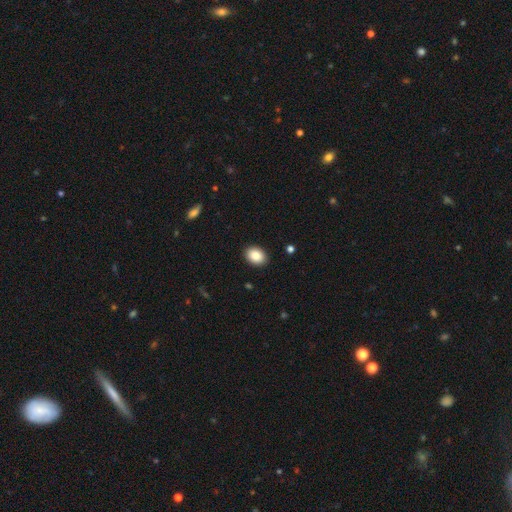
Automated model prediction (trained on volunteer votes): Overall: smooth (88%). How rounded: in between (70%). Merging: none (90%).